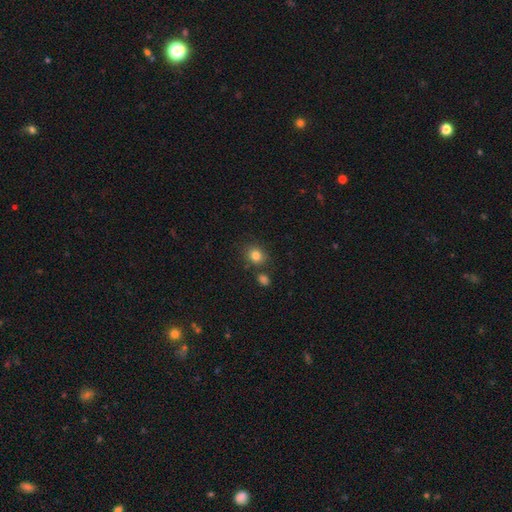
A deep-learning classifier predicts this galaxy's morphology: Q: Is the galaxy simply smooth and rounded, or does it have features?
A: smooth — 82%.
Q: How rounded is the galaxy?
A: round — 64%.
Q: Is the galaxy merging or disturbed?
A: none — 77%.